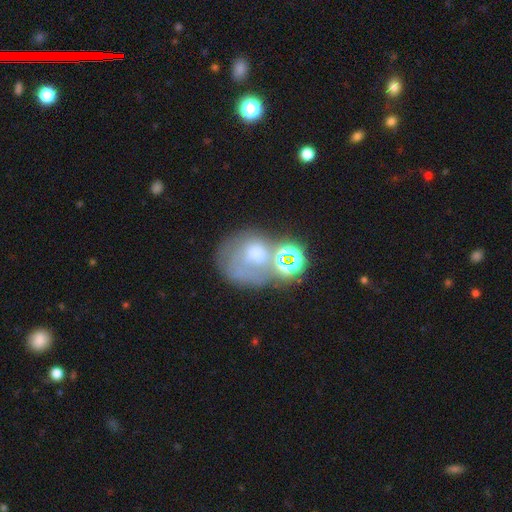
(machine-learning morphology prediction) A smooth galaxy with no disk features (39%). Merging: none (38%).